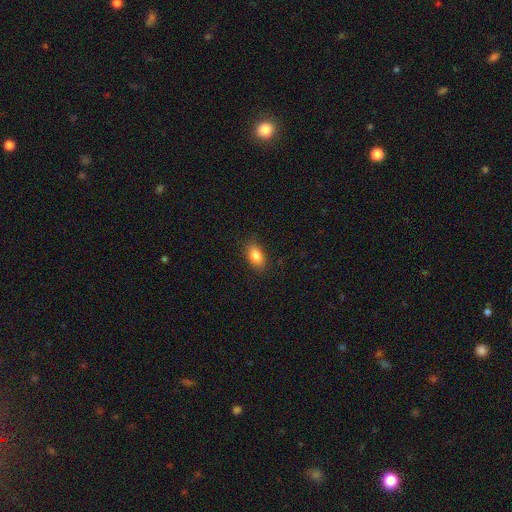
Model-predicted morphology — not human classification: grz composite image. It shows a smooth galaxy with no disk features (85%) that is in between round and cigar-shaped (89%). Merging: none (87%).